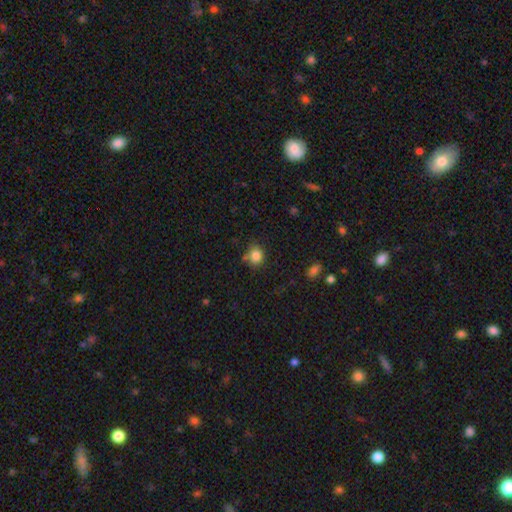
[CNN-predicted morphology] Smooth or featured? smooth (84%)
How rounded? round (71%)
Merging? none (68%)